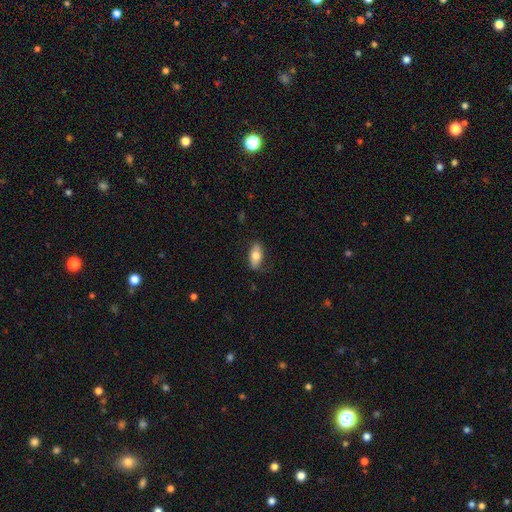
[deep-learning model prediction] This appears to be a smooth galaxy with no disk features (73%) that is in between round and cigar-shaped (83%). Merging: none (82%).